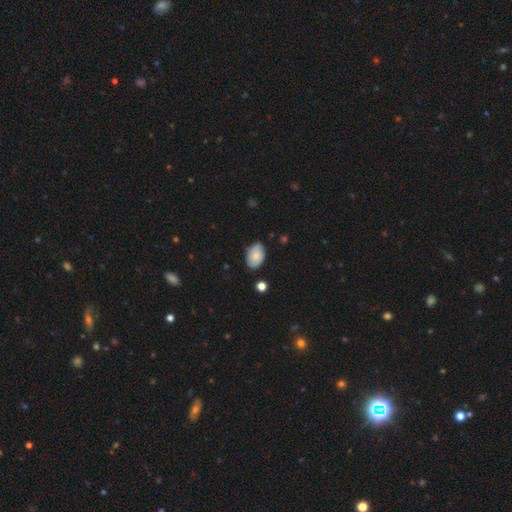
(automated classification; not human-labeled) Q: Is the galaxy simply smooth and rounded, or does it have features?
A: smooth — 68%.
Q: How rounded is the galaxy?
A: in between — 87%.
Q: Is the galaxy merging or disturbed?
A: none — 75%.